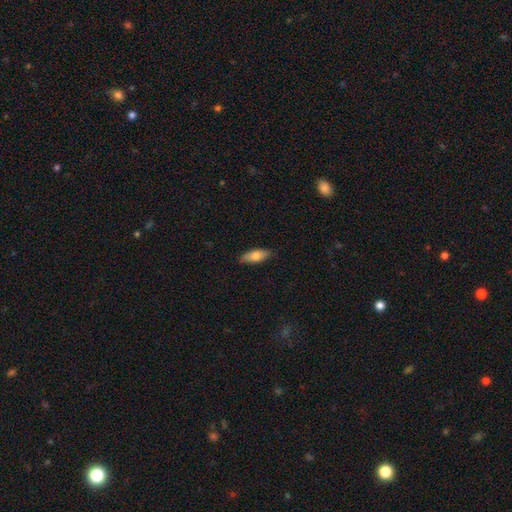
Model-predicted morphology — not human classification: The model was most divided on "how rounded": in between: 73%, cigar-shaped: 25%, round: 2%. More confident: merging — none (85%); smooth or featured — smooth (74%).